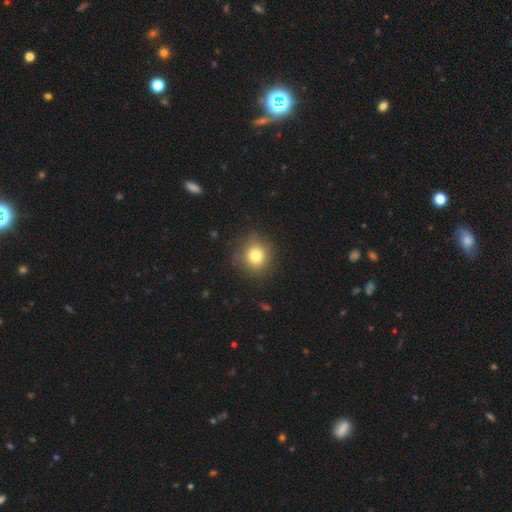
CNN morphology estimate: Q: Smooth or featured?
A: smooth (79%); runner-up: star or artifact (12%)
Q: How rounded?
A: round (88%); runner-up: in between (11%)
Q: Merging?
A: none (87%); runner-up: minor disturbance (9%)